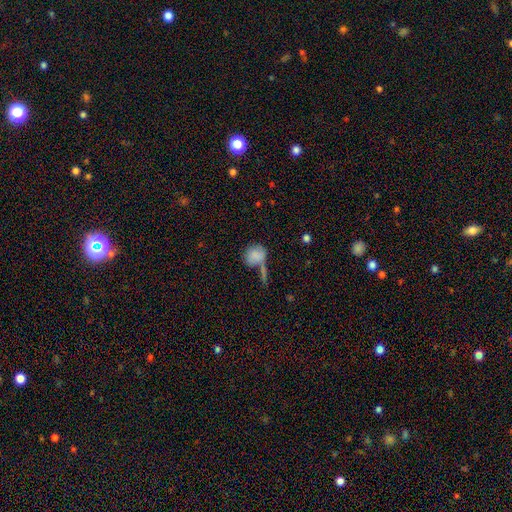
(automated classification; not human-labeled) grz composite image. It shows a smooth galaxy with no disk features (80%) that is round (64%). Merging: none (42%).